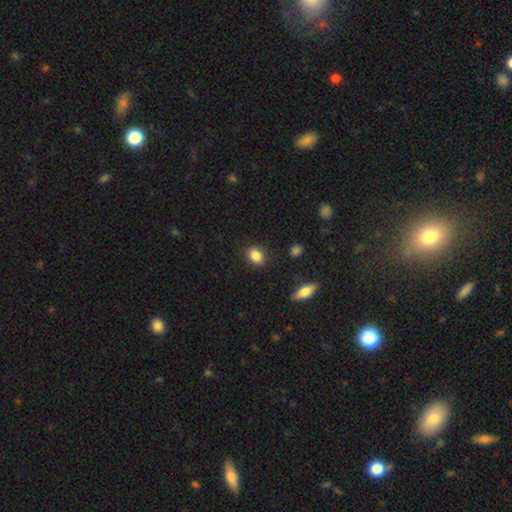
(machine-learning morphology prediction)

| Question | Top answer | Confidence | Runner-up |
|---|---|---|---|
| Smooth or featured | smooth | 85% | star or artifact (9%) |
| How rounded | in between | 72% | round (26%) |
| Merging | none | 85% | minor disturbance (10%) |